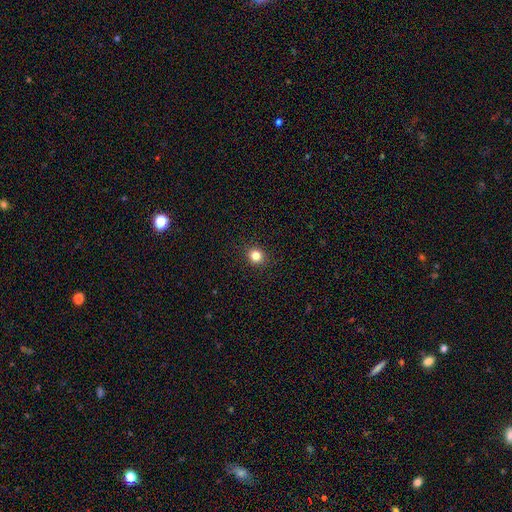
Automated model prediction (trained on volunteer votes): Smooth or featured? Predicted: smooth (p=0.82). How rounded? Predicted: round (p=0.83). Merging? Predicted: none (p=0.92).